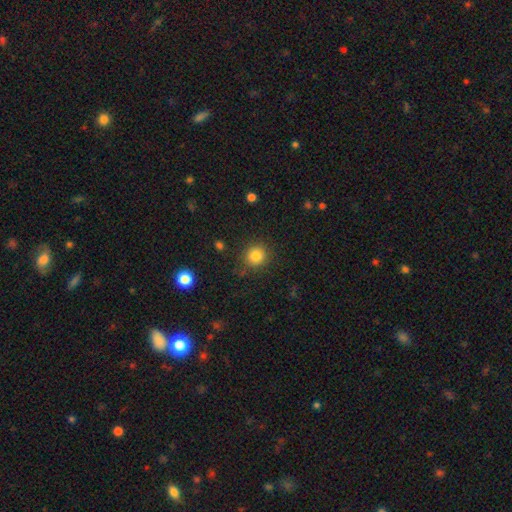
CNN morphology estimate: smooth 83%, star or artifact 12%, featured or disk 5%. Down the decision tree: how rounded — round (90%); merging — none (87%).